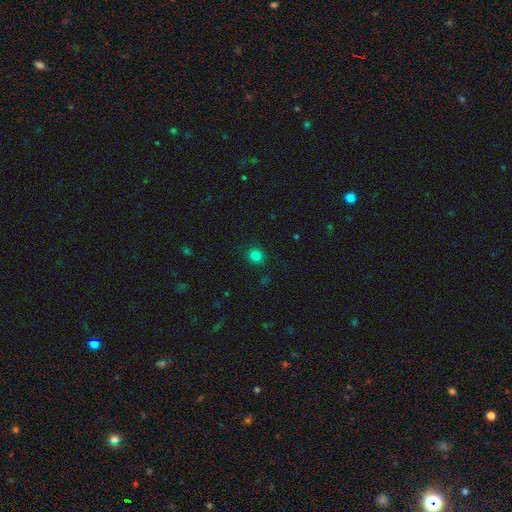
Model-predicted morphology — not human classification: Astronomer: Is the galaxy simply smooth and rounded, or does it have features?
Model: smooth — 81%.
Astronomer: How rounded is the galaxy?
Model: round — 84%.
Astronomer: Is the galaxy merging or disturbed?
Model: none — 89%.